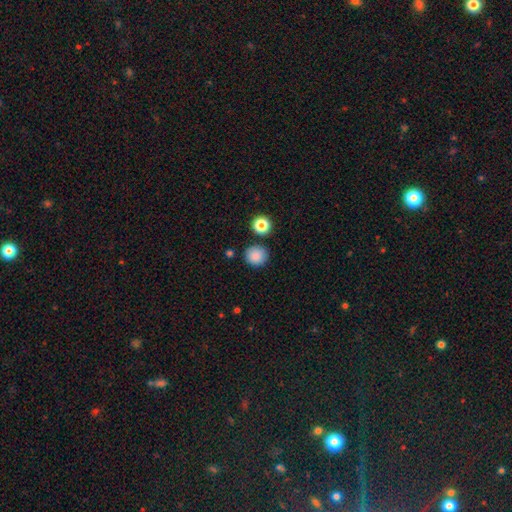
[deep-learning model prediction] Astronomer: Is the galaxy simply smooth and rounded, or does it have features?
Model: smooth — 86%.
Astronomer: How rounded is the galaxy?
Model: round — 91%.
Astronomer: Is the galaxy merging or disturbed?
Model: none — 85%.